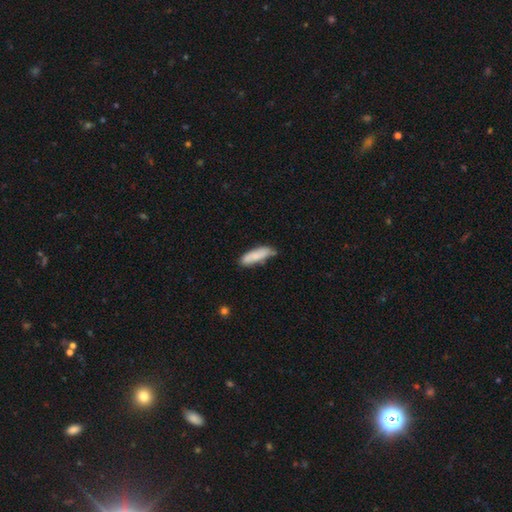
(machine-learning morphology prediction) The model was most divided on "how rounded": cigar-shaped: 56%, in between: 43%, round: 2%. More confident: smooth or featured — smooth (83%); merging — none (64%).